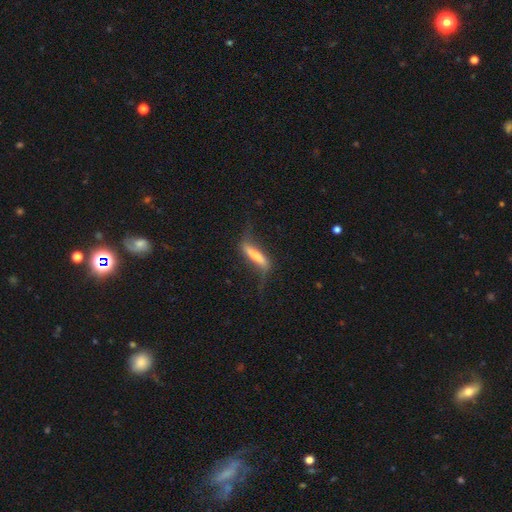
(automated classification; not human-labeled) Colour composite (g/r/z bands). It shows a featured or disk galaxy (56%). Merging: none (52%).